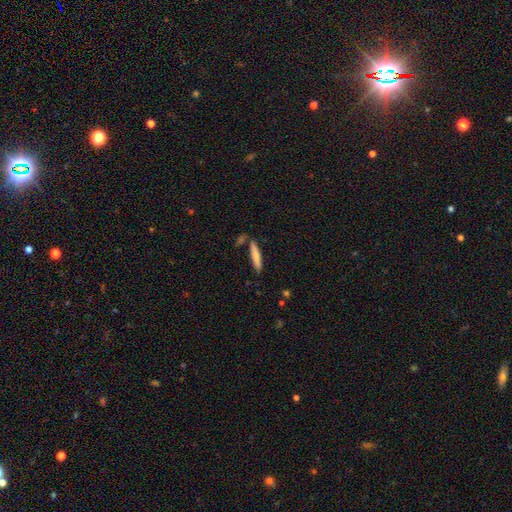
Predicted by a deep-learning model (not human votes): Smooth or featured? smooth (74%)
How rounded? cigar-shaped (89%)
Merging? none (78%)